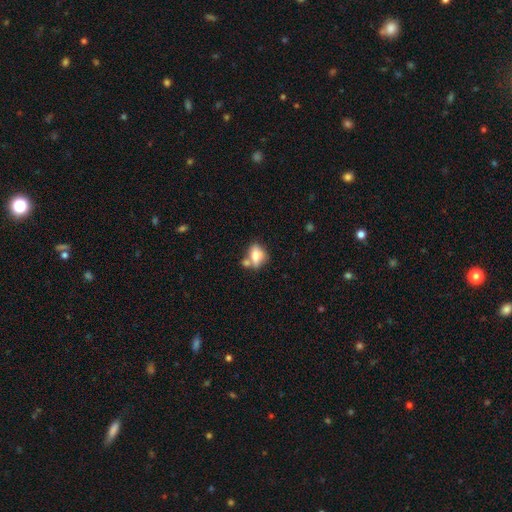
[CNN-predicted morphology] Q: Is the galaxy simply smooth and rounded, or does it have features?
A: smooth — 72%.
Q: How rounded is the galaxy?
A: in between — 72%.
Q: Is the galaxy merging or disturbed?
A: none — 41%.